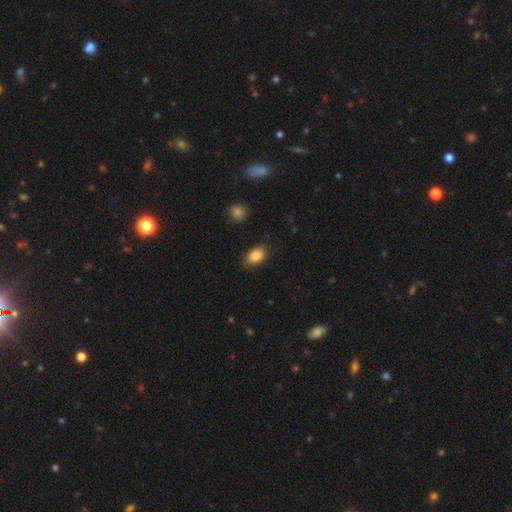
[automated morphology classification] type=smooth (85%); roundness=in between (88%); merging=none (82%).